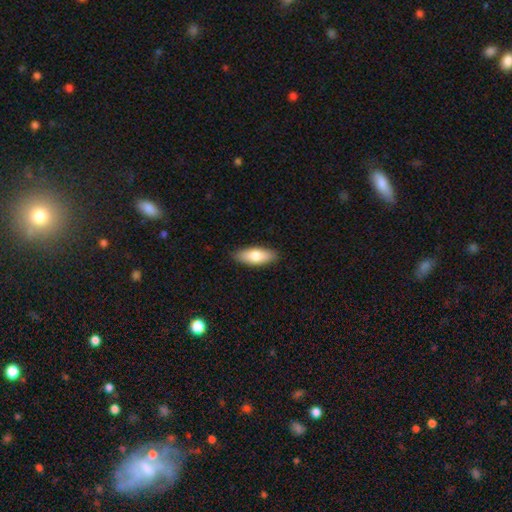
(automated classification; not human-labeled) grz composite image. It shows a smooth galaxy with no disk features (77%) that is in between round and cigar-shaped (72%). Merging: none (88%).